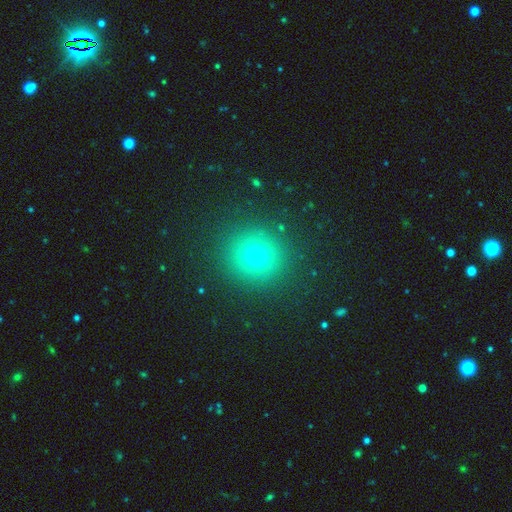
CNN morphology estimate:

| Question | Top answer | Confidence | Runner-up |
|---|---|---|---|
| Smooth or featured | smooth | 69% | star or artifact (21%) |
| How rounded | round | 92% | in between (7%) |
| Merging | none | 89% | minor disturbance (7%) |